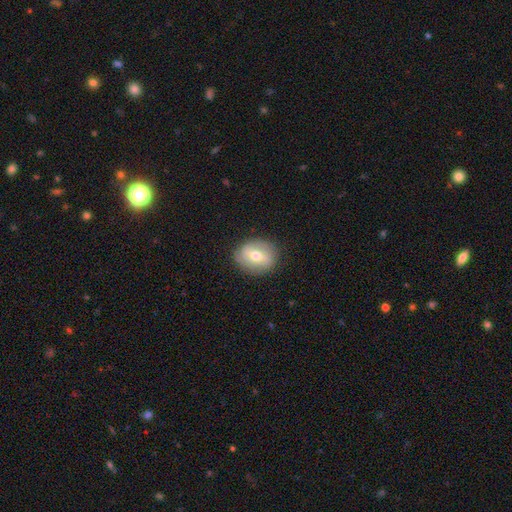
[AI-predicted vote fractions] Q: Smooth or featured?
A: smooth (48%); runner-up: featured or disk (44%)
Q: Merging?
A: none (82%); runner-up: minor disturbance (13%)